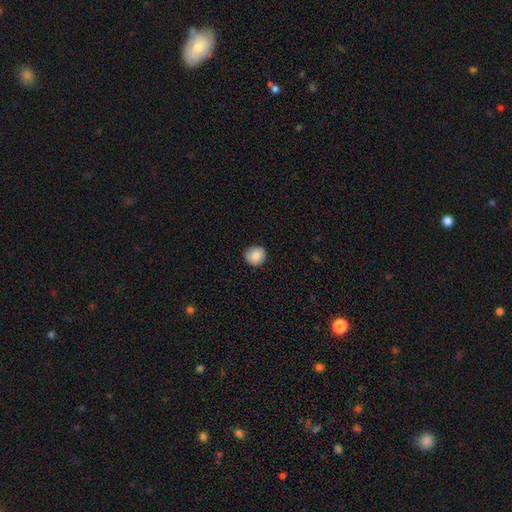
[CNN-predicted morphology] This is clearly a smooth galaxy (85%). How rounded: clearly round (89%). Merging: clearly none (86%).